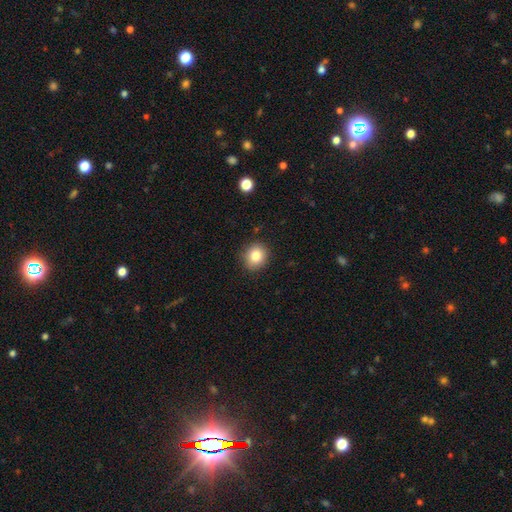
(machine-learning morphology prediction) A smooth galaxy with no disk features (83%) that is round (80%).

Vote fractions:
- Smooth or featured? smooth: 83% / star or artifact: 10% / featured or disk: 7%
- How rounded? round: 80% / in between: 20% / cigar-shaped: 1%
- Merging? none: 88% / minor disturbance: 9% / major disturbance: 2% / merger: 1%